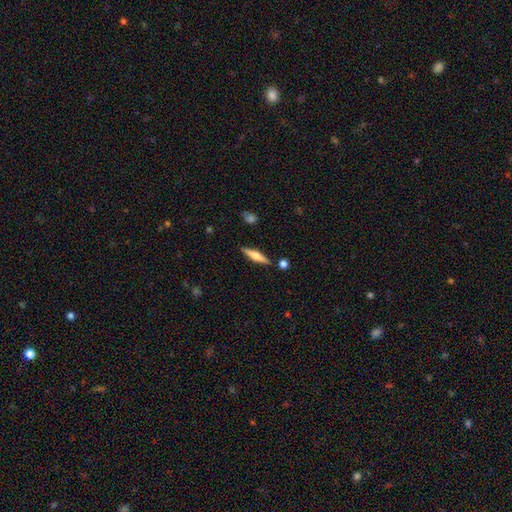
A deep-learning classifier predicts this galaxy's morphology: A smooth galaxy with no disk features (49%).

Vote fractions:
- Smooth or featured? smooth: 49% / featured or disk: 45% / star or artifact: 6%
- Merging? none: 86% / minor disturbance: 8% / merger: 3% / major disturbance: 2%